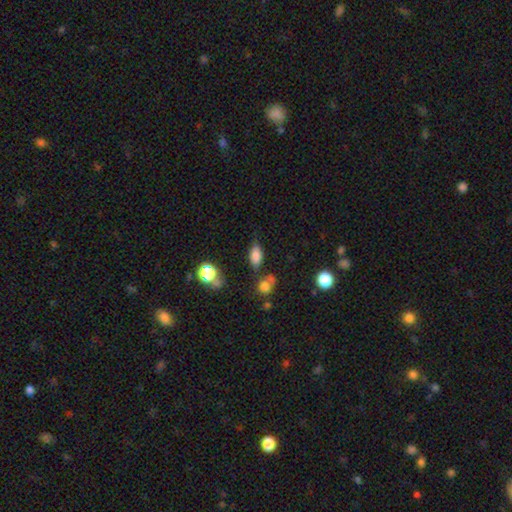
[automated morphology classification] A smooth galaxy with no disk features (79%) that is in between round and cigar-shaped (85%).

Vote fractions:
- Smooth or featured? smooth: 79% / star or artifact: 12% / featured or disk: 9%
- How rounded? in between: 85% / round: 8% / cigar-shaped: 7%
- Merging? none: 65% / minor disturbance: 21% / merger: 8% / major disturbance: 6%